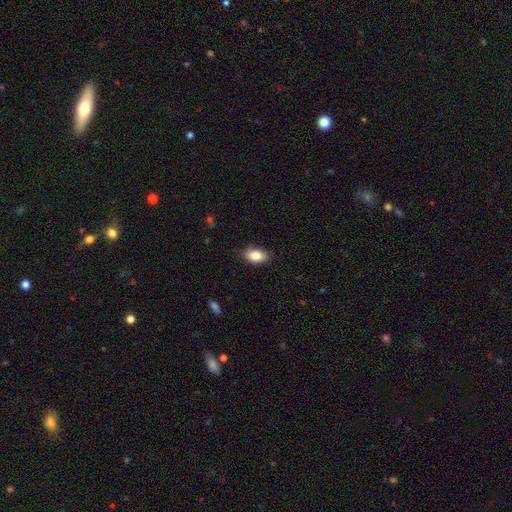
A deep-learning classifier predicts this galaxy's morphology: Smooth or featured?
  - smooth: 85% *
  - star or artifact: 8%
  - featured or disk: 7%
How rounded?
  - in between: 89% *
  - round: 9%
  - cigar-shaped: 2%
Merging?
  - none: 82% *
  - minor disturbance: 14%
  - major disturbance: 2%
  - merger: 1%